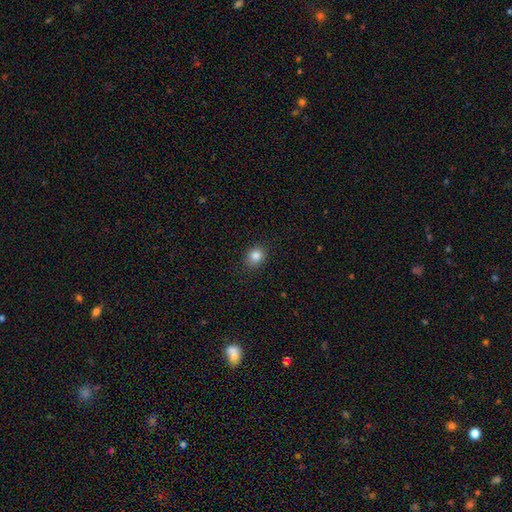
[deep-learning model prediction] A smooth galaxy with no disk features (85%) that is round (54%). Merging: none (88%).